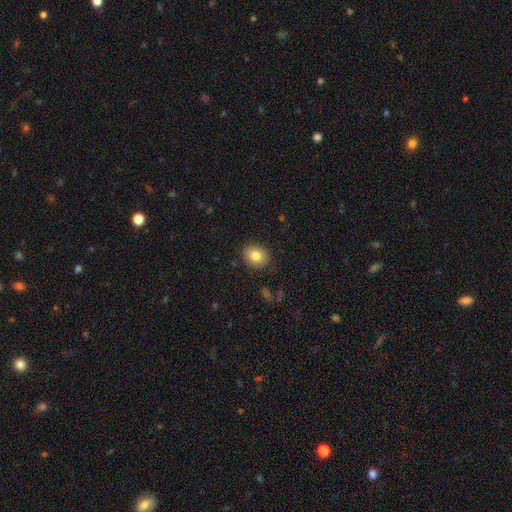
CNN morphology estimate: This appears to be a smooth galaxy with no disk features (83%) that is round (56%). Merging: none (88%).